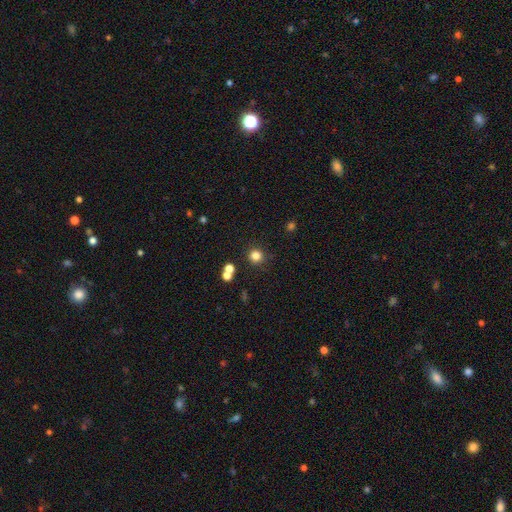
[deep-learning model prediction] Smooth or featured?
  - smooth: 80% *
  - star or artifact: 15%
  - featured or disk: 5%
How rounded?
  - round: 93% *
  - in between: 6%
  - cigar-shaped: 1%
Merging?
  - none: 85% *
  - minor disturbance: 7%
  - merger: 5%
  - major disturbance: 3%